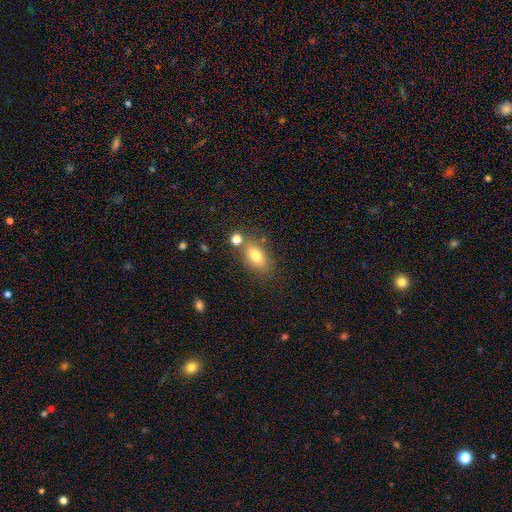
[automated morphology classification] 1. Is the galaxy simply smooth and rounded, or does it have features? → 76% smooth, 14% featured or disk, 10% star or artifact.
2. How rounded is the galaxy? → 83% in between, 13% round, 4% cigar-shaped.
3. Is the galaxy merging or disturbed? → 70% none, 13% minor disturbance, 13% merger, 4% major disturbance.